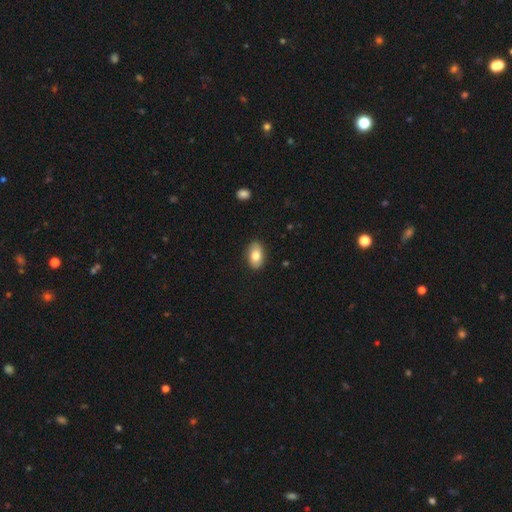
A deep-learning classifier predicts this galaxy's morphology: A smooth galaxy with no disk features (80%) that is in between round and cigar-shaped (92%). Merging: none (86%).